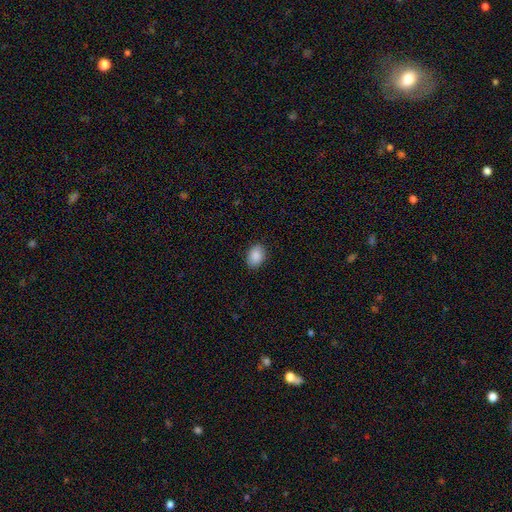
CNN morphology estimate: Q: Smooth or featured?
A: smooth (89%); runner-up: star or artifact (7%)
Q: How rounded?
A: in between (81%); runner-up: round (18%)
Q: Merging?
A: none (89%); runner-up: minor disturbance (8%)